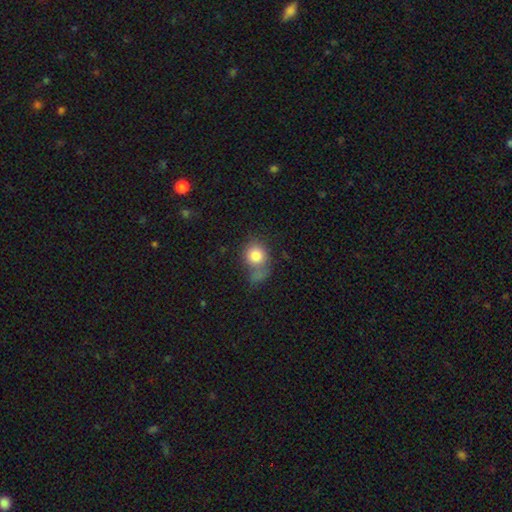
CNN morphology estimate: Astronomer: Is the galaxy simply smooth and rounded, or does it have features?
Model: smooth — 81%.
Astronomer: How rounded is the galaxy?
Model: round — 75%.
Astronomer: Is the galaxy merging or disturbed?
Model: none — 42% (runner-up: merger, 23%).